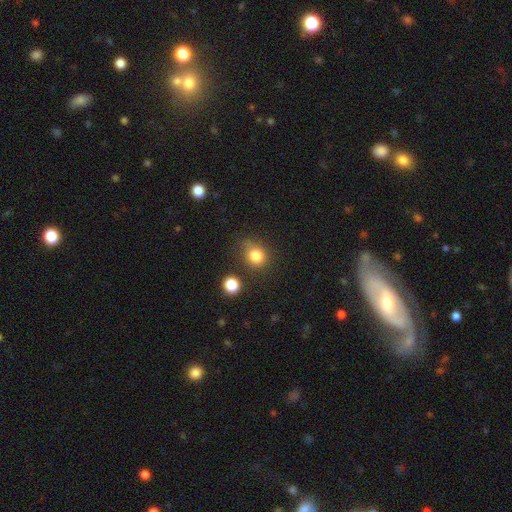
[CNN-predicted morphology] This is clearly a smooth galaxy (82%). How rounded: likely round (74%). Merging: likely none (68%).